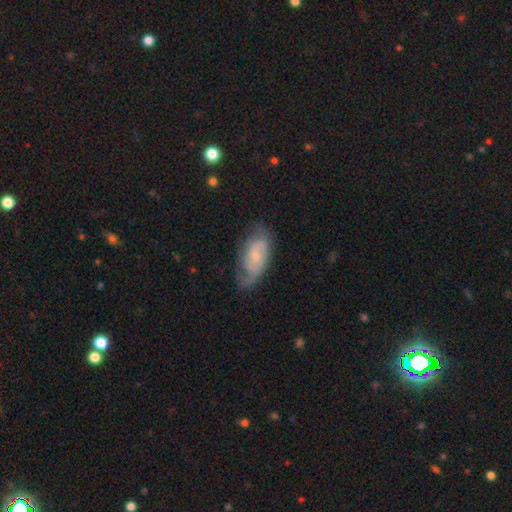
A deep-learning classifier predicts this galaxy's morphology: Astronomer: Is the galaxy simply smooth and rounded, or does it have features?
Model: featured or disk — 72%.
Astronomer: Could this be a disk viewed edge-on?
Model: no — 95%.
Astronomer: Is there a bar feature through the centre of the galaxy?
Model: no — 66%.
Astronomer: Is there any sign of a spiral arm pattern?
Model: yes — 92%.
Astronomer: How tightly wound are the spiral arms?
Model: medium — 44% (runner-up: tight, 36%).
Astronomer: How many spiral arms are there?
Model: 2 — 61%.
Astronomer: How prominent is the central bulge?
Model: small — 64%.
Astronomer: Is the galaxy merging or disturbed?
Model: none — 62%.